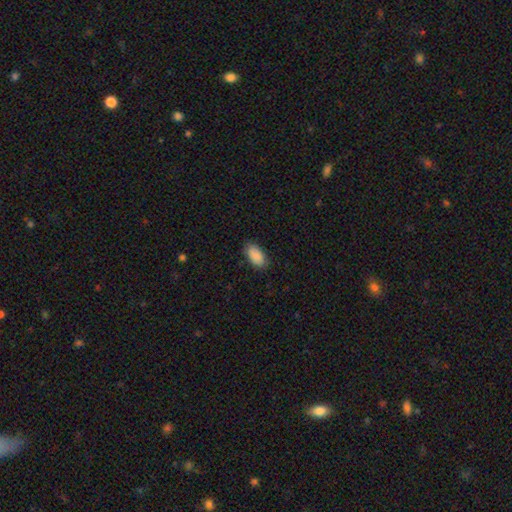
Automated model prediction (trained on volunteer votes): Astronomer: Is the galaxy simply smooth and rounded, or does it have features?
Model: smooth — 89%.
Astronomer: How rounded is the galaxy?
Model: in between — 94%.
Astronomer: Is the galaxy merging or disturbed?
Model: none — 83%.